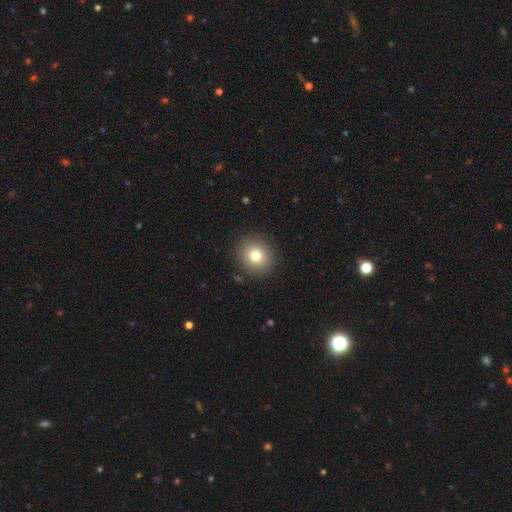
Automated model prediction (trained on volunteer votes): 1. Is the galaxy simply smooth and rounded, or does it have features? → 77% smooth, 12% star or artifact, 11% featured or disk.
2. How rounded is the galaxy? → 87% round, 12% in between, 1% cigar-shaped.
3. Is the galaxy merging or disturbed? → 90% none, 6% minor disturbance, 3% major disturbance, 1% merger.